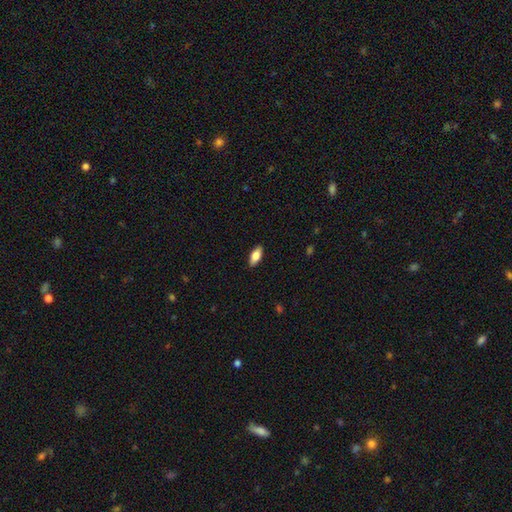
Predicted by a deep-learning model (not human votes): smooth 78%, featured or disk 16%, star or artifact 6%. Down the decision tree: how rounded — in between (83%); merging — none (89%).